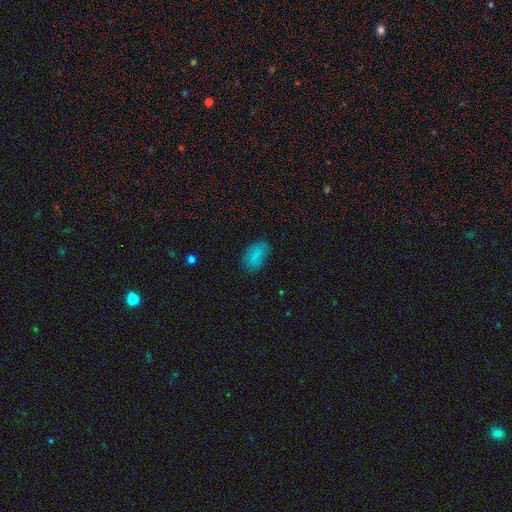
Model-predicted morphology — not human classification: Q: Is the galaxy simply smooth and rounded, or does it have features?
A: smooth — 83%.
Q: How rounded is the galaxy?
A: in between — 92%.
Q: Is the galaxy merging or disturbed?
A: none — 75%.